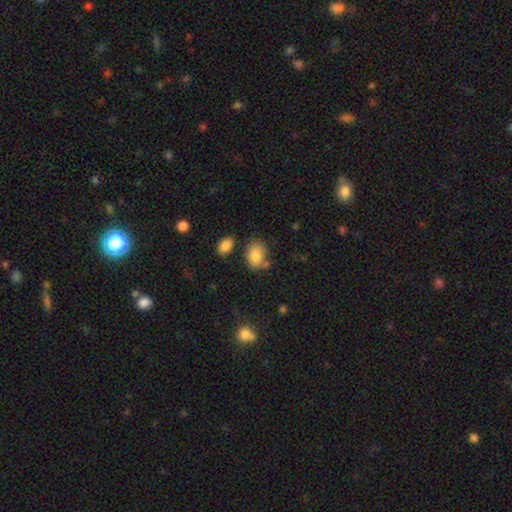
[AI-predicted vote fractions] Q: Smooth or featured?
A: smooth (84%); runner-up: star or artifact (8%)
Q: How rounded?
A: in between (75%); runner-up: round (23%)
Q: Merging?
A: none (66%); runner-up: minor disturbance (18%)